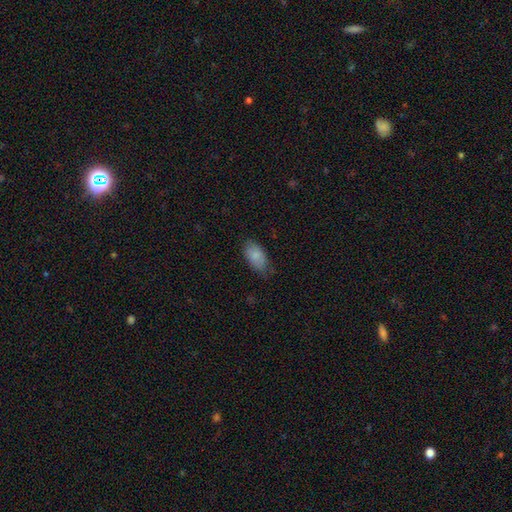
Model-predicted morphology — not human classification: type=smooth (86%); roundness=in between (93%); merging=none (66%).